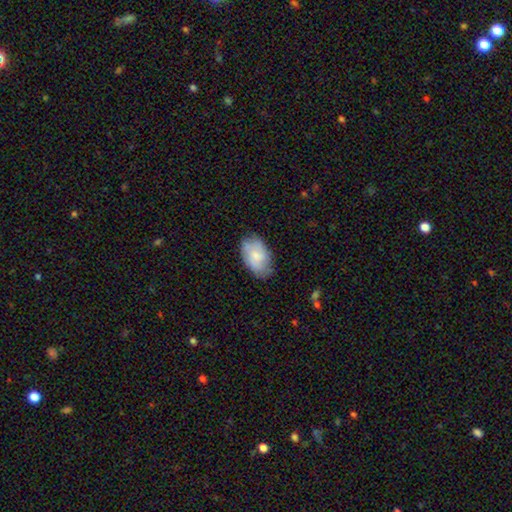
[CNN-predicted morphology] type=smooth (70%); roundness=in between (92%); merging=none (69%).